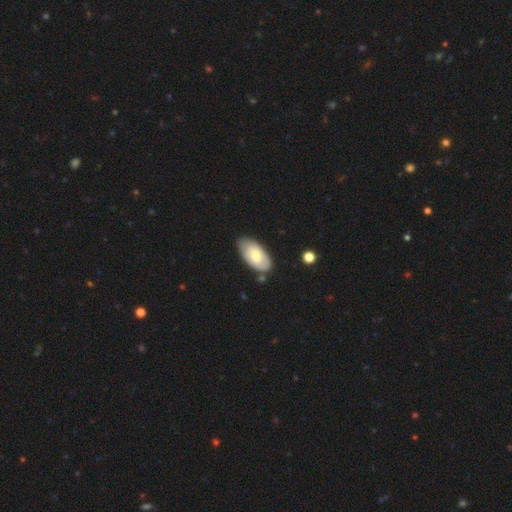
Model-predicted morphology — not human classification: Smooth or featured: smooth — 55% (featured or disk — 40%)
How rounded: in between — 94% (cigar-shaped — 3%)
Merging: none — 67% (minor disturbance — 24%)